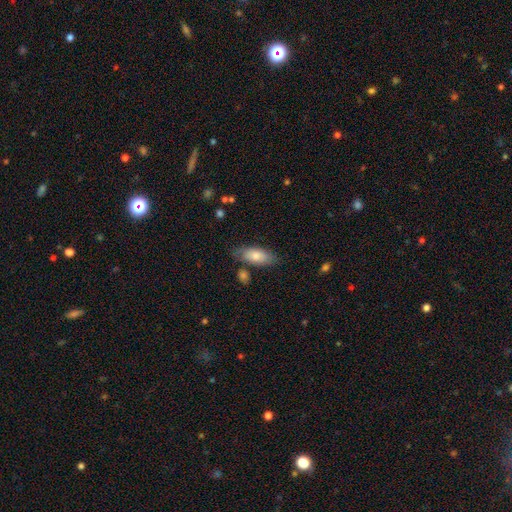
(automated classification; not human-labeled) Smooth or featured: smooth — 73% (featured or disk — 20%)
How rounded: in between — 80% (cigar-shaped — 18%)
Merging: none — 70% (minor disturbance — 19%)